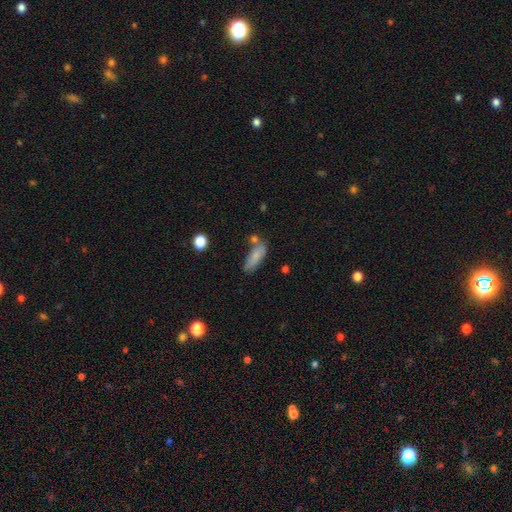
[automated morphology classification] smooth-or-featured: smooth: 79% | featured or disk: 13% | star or artifact: 7%
  how-rounded: in between: 66% | cigar-shaped: 31% | round: 3%
  merging: none: 60% | minor disturbance: 22% | merger: 13% | major disturbance: 6%